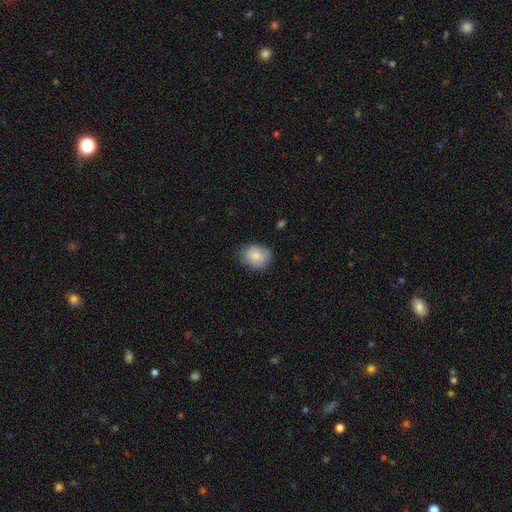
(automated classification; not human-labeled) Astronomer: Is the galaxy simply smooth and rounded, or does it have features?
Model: smooth — 82%.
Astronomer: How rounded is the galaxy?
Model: in between — 52% (runner-up: round, 47%).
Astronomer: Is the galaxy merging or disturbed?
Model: none — 74%.